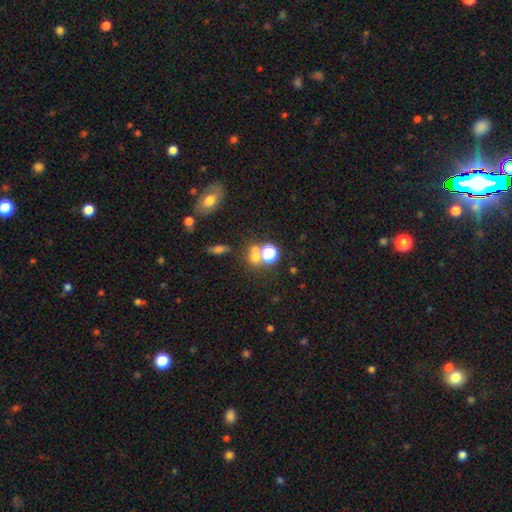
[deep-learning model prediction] Smooth or featured? smooth (58%)
How rounded? round (76%)
Merging? none (53%)